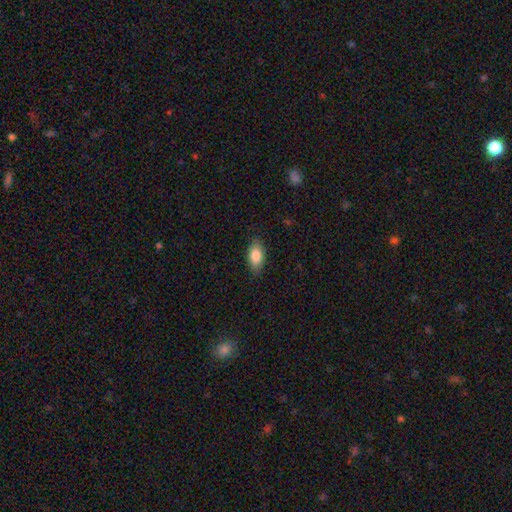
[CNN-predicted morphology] A smooth galaxy with no disk features (84%) that is in between round and cigar-shaped (90%). Merging: none (84%).